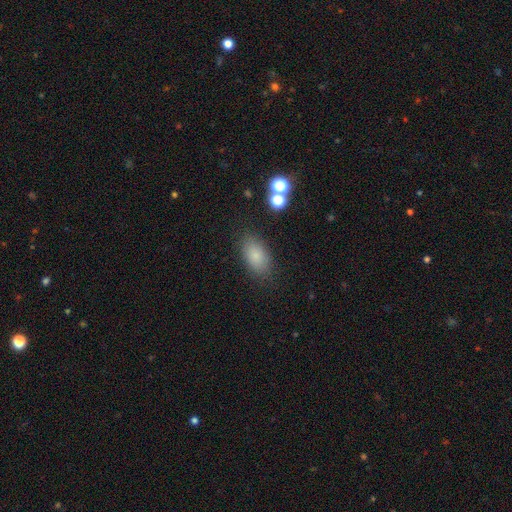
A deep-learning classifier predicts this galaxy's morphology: Smooth or featured? Predicted: smooth (p=0.81). How rounded? Predicted: in between (p=0.90). Merging? Predicted: none (p=0.82).